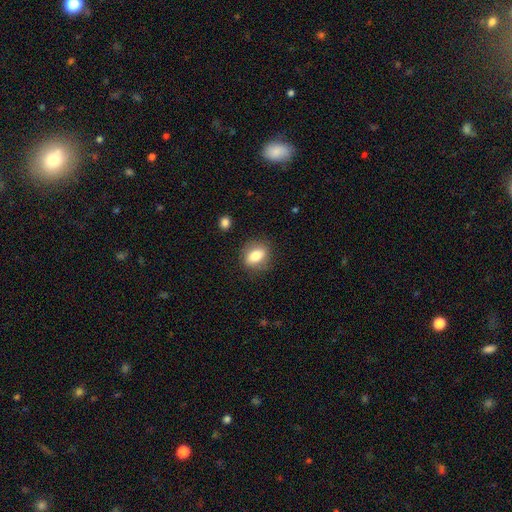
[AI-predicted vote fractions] A smooth galaxy with no disk features (79%) that is in between round and cigar-shaped (66%).

Vote fractions:
- Smooth or featured? smooth: 79% / featured or disk: 13% / star or artifact: 8%
- How rounded? in between: 66% / round: 31% / cigar-shaped: 3%
- Merging? none: 83% / minor disturbance: 12% / major disturbance: 3% / merger: 1%